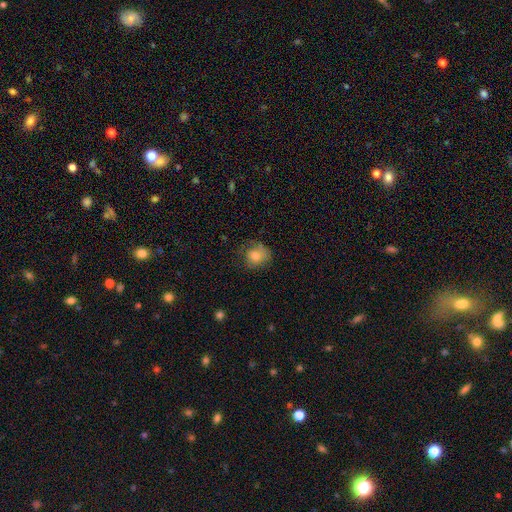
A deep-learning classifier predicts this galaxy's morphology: type=smooth (72%); roundness=round (74%); merging=none (59%).